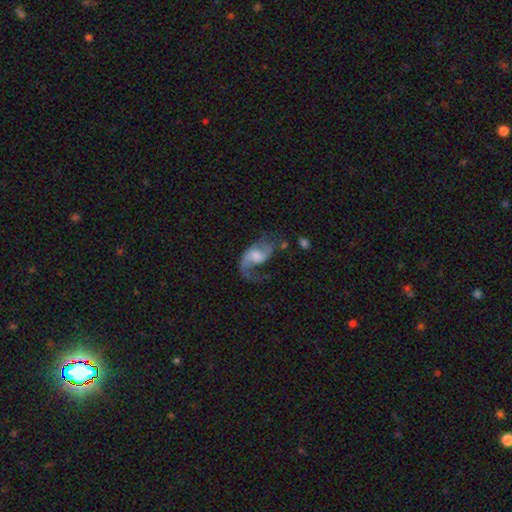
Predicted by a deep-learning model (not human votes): Q: Smooth or featured?
A: featured or disk (77%); runner-up: smooth (17%)
Q: Edge-on disk?
A: no (97%); runner-up: yes (3%)
Q: Bar?
A: no (52%); runner-up: weak (39%)
Q: Spiral arms?
A: yes (91%); runner-up: no (9%)
Q: Spiral winding?
A: loose (64%); runner-up: medium (29%)
Q: Spiral arm count?
A: 2 (58%); runner-up: 1 (36%)
Q: Bulge size?
A: moderate (36%); runner-up: small (23%)
Q: Merging?
A: major disturbance (39%); runner-up: none (37%)